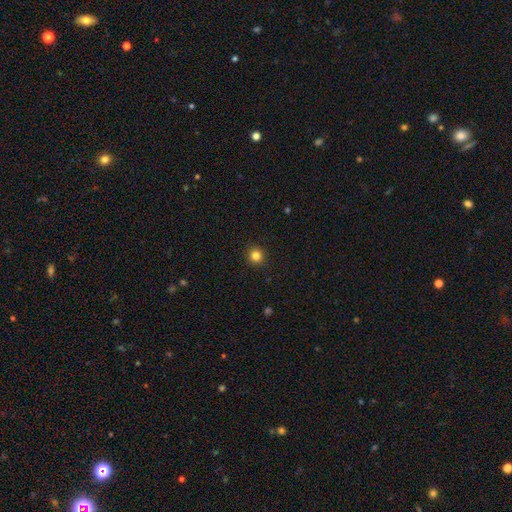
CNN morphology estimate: Smooth or featured? smooth (83%)
How rounded? round (93%)
Merging? none (92%)